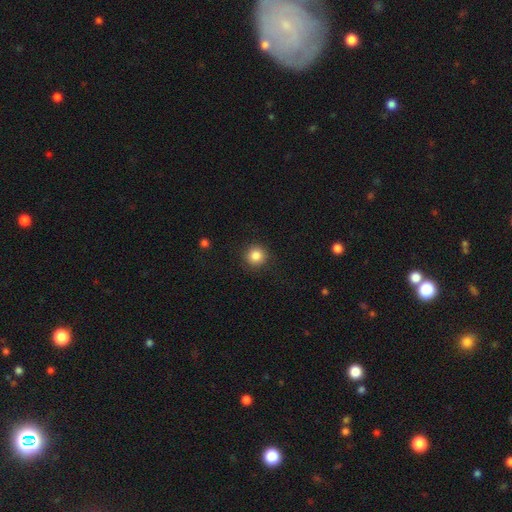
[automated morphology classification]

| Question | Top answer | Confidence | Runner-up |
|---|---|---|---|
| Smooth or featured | smooth | 86% | star or artifact (10%) |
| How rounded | round | 94% | in between (5%) |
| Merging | none | 91% | minor disturbance (6%) |